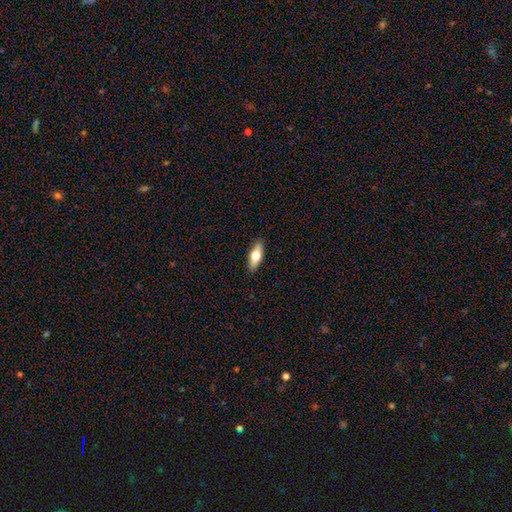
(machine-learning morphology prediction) Smooth or featured?
  - smooth: 62% *
  - featured or disk: 32%
  - star or artifact: 6%
How rounded?
  - in between: 67% *
  - cigar-shaped: 30%
  - round: 3%
Merging?
  - none: 89% *
  - minor disturbance: 8%
  - major disturbance: 2%
  - merger: 1%